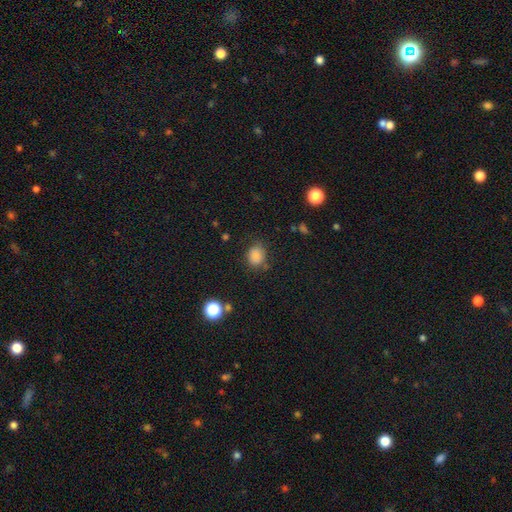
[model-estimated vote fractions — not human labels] smooth 81%, star or artifact 13%, featured or disk 6%. Down the decision tree: how rounded — round (69%); merging — none (76%).